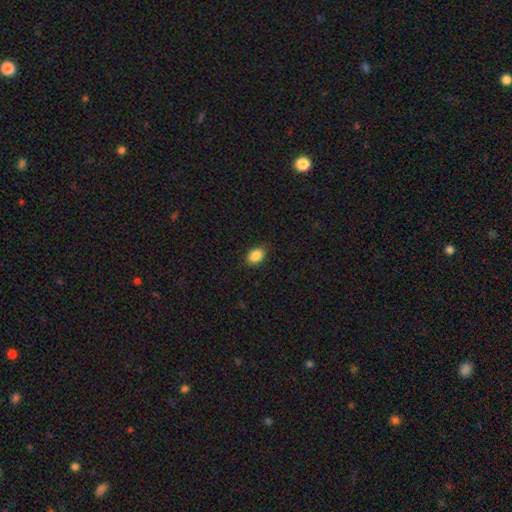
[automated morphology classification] type=smooth (88%); roundness=in between (79%); merging=none (85%).